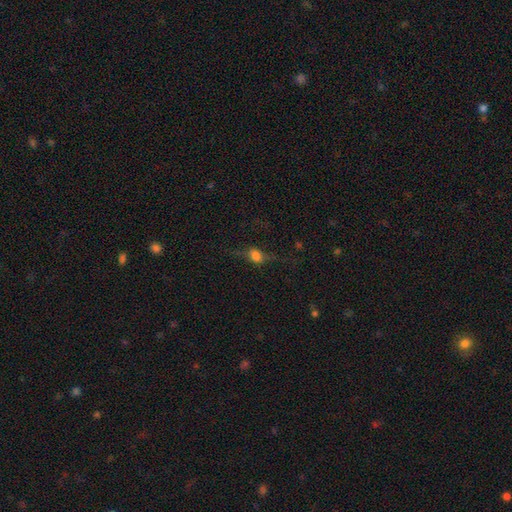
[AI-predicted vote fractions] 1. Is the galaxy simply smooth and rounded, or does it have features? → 48% smooth, 37% featured or disk, 15% star or artifact.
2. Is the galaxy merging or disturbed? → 61% none, 19% minor disturbance, 18% major disturbance, 2% merger.